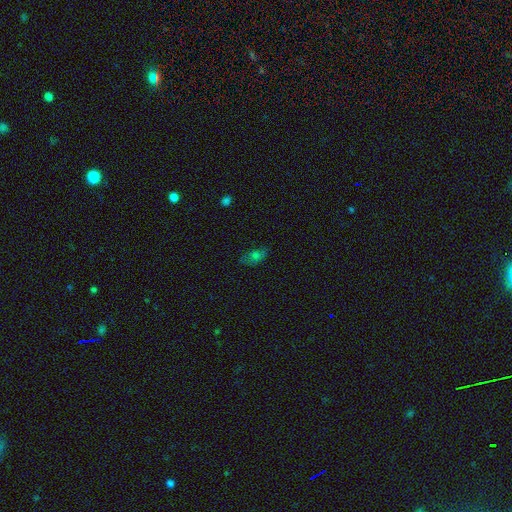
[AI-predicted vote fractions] Smooth or featured? Predicted: smooth (p=0.48). Merging? Predicted: none (p=0.73).